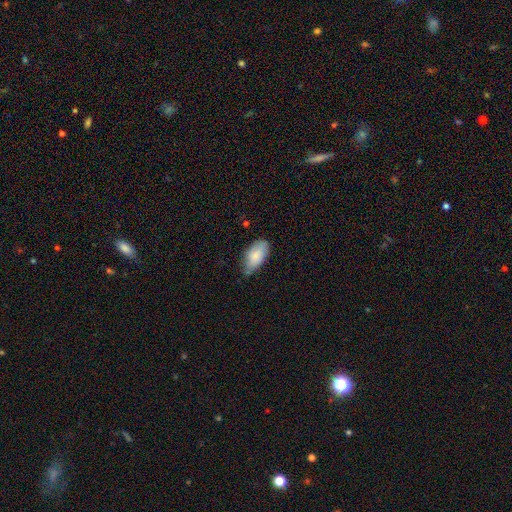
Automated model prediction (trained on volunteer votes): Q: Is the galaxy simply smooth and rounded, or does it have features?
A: smooth — 80%.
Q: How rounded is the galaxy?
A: in between — 93%.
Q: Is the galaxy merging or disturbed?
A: none — 56%.